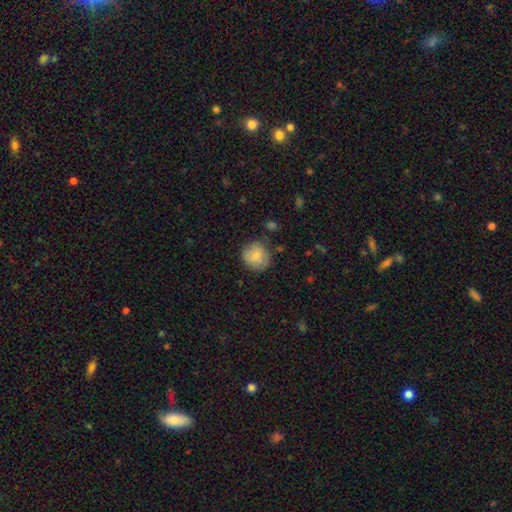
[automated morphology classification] smooth 77%, featured or disk 15%, star or artifact 8%. Down the decision tree: how rounded — round (89%); merging — none (76%).